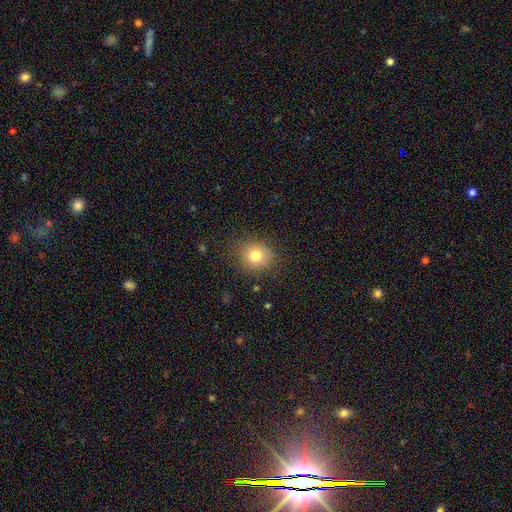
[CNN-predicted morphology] This appears to be a smooth galaxy with no disk features (77%) that is round (82%). Merging: none (85%).